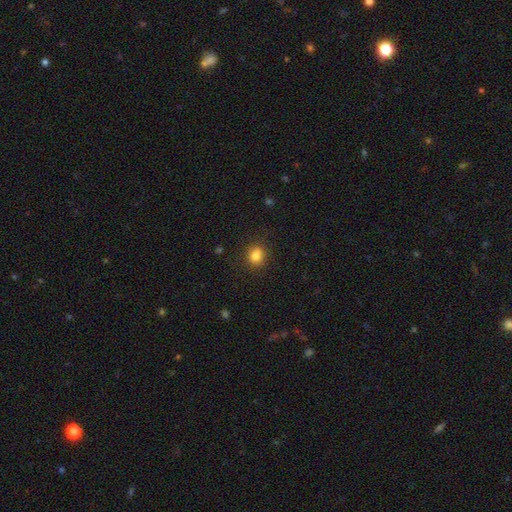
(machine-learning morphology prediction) Smooth or featured? Predicted: smooth (p=0.81). How rounded? Predicted: round (p=0.71). Merging? Predicted: none (p=0.79).